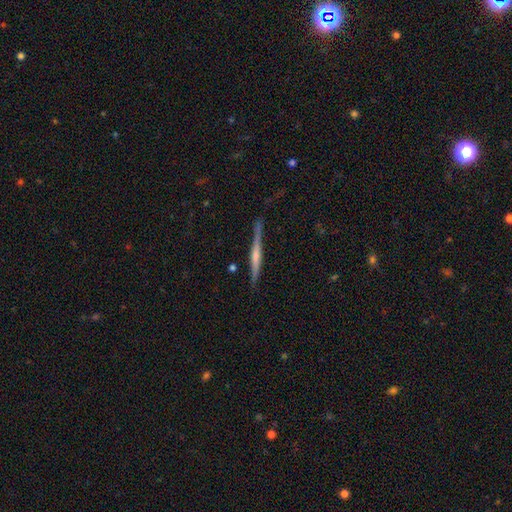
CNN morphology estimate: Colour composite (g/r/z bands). It shows a featured or disk galaxy (69%) viewed edge-on (98%) with a rounded central bulge (52%). Merging: none (84%).